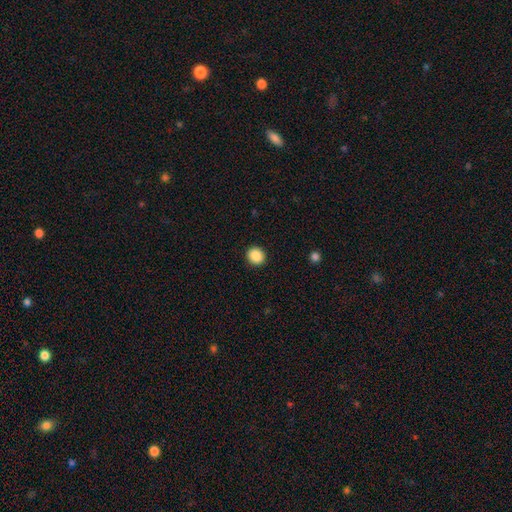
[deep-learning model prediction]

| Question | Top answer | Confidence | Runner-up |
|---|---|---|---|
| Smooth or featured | smooth | 88% | star or artifact (9%) |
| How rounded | round | 83% | in between (16%) |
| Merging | none | 92% | minor disturbance (5%) |